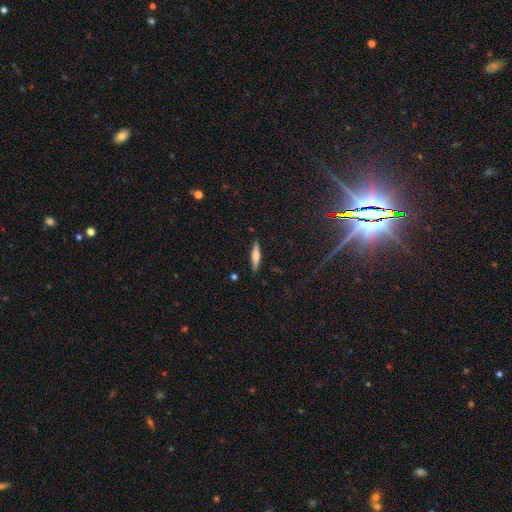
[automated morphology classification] Overall: smooth (49%; featured or disk 44%). Merging: none (89%).